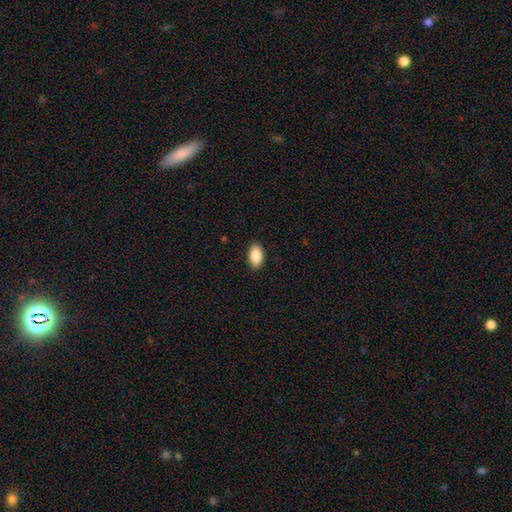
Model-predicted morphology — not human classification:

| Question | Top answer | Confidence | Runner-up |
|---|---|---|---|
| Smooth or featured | smooth | 87% | star or artifact (7%) |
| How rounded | in between | 93% | round (5%) |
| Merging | none | 89% | minor disturbance (8%) |